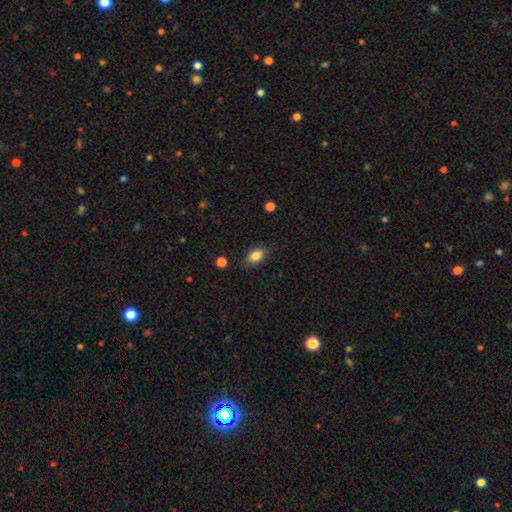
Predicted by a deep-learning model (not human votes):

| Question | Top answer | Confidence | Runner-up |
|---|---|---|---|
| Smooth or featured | smooth | 84% | star or artifact (8%) |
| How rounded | in between | 88% | round (8%) |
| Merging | none | 81% | minor disturbance (14%) |